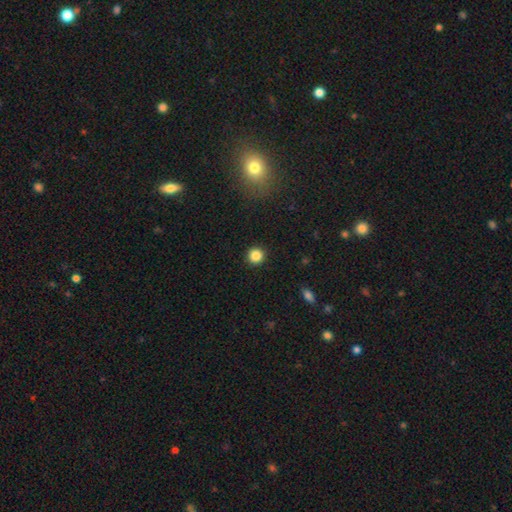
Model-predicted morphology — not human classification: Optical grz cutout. It shows a smooth galaxy with no disk features (86%) that is round (94%). Merging: none (93%).